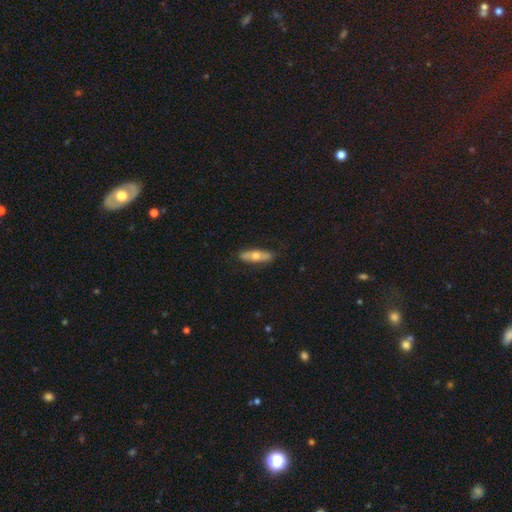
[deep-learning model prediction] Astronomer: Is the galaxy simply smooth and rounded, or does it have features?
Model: smooth — 56% (runner-up: featured or disk, 39%).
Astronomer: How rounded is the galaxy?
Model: cigar-shaped — 55% (runner-up: in between, 43%).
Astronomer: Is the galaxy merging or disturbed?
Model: none — 86%.